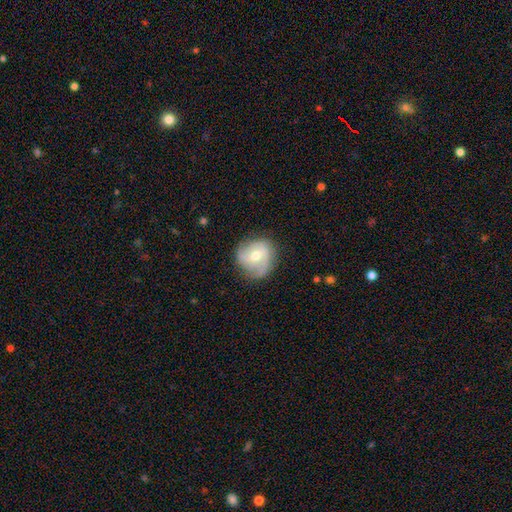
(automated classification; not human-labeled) Smooth or featured?
  - featured or disk: 62% *
  - smooth: 31%
  - star or artifact: 7%
Edge-on disk?
  - no: 97% *
  - yes: 3%
Bar?
  - no: 61% *
  - weak: 33%
  - strong: 7%
Spiral arms?
  - yes: 87% *
  - no: 13%
Spiral winding?
  - medium: 43% *
  - tight: 37%
  - loose: 20%
Spiral arm count?
  - 2: 36% *
  - 3: 28%
  - can't tell: 22%
  - 1: 6%
  - 4: 5%
  - more than 4: 3%
Bulge size?
  - moderate: 62% *
  - small: 33%
  - large: 3%
  - none: 1%
  - dominant: 1%
Merging?
  - none: 71% *
  - minor disturbance: 20%
  - major disturbance: 7%
  - merger: 1%